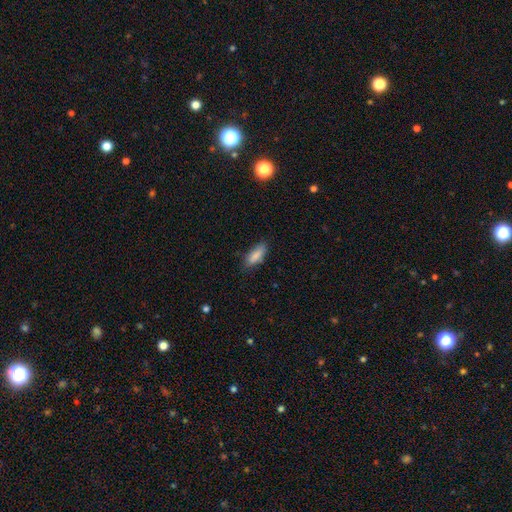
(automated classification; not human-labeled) A smooth galaxy with no disk features (84%) that is in between round and cigar-shaped (68%).

Vote fractions:
- Smooth or featured? smooth: 84% / featured or disk: 9% / star or artifact: 7%
- How rounded? in between: 68% / cigar-shaped: 30% / round: 2%
- Merging? none: 74% / minor disturbance: 21% / major disturbance: 4% / merger: 2%